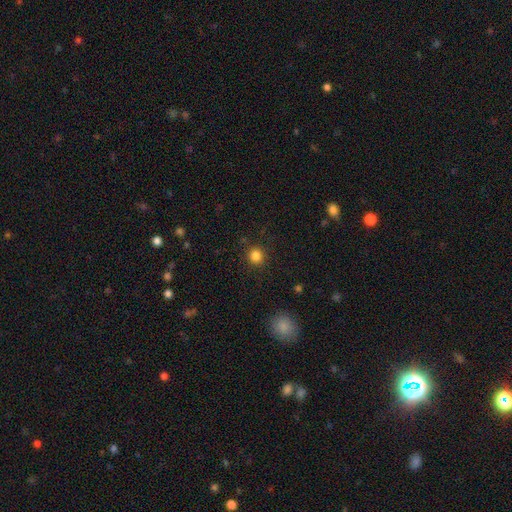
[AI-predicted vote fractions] This is clearly a smooth galaxy (84%). How rounded: clearly round (91%). Merging: clearly none (90%).